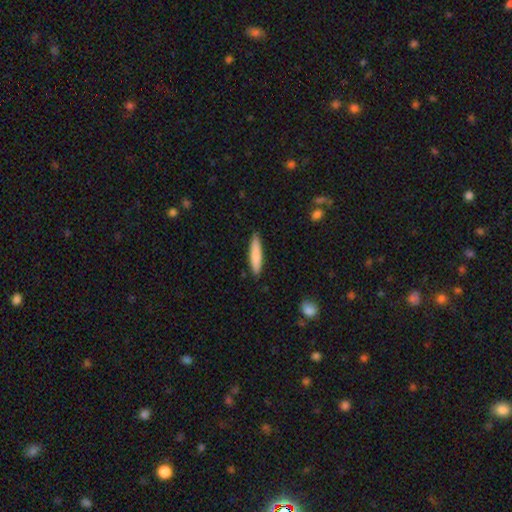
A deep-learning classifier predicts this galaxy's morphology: Q: Smooth or featured?
A: smooth (79%); runner-up: featured or disk (15%)
Q: How rounded?
A: cigar-shaped (85%); runner-up: in between (14%)
Q: Merging?
A: none (88%); runner-up: minor disturbance (10%)